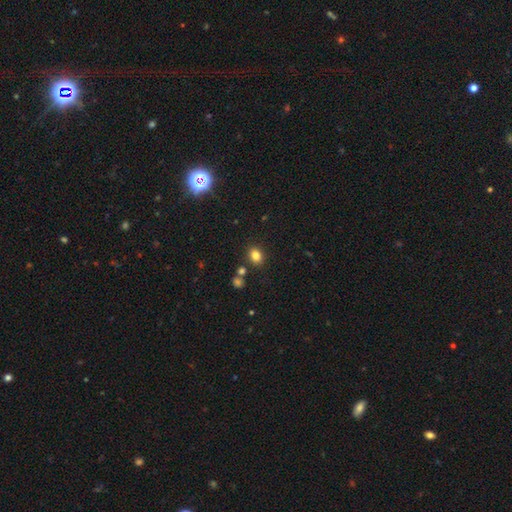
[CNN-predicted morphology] Smooth or featured? Predicted: smooth (p=0.82). How rounded? Predicted: in between (p=0.51). Merging? Predicted: none (p=0.82).